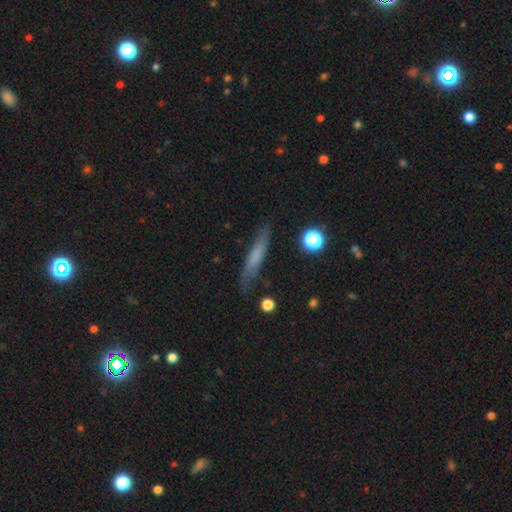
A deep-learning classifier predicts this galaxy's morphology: Smooth or featured: smooth — 61% (featured or disk — 30%)
How rounded: cigar-shaped — 88% (in between — 9%)
Merging: none — 76% (minor disturbance — 17%)